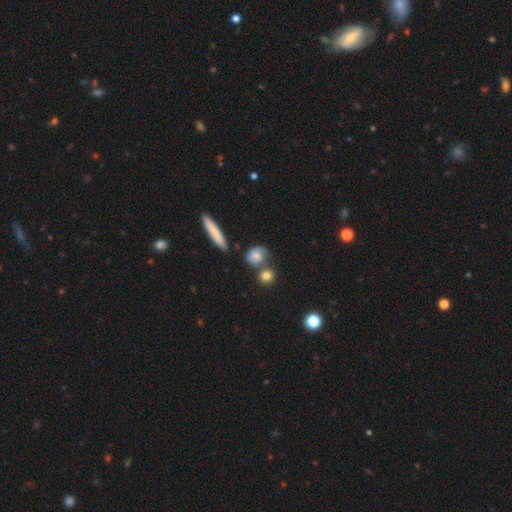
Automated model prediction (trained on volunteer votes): smooth 65%, featured or disk 25%, star or artifact 9%. Down the decision tree: how rounded — round (62%); merging — none (57%).